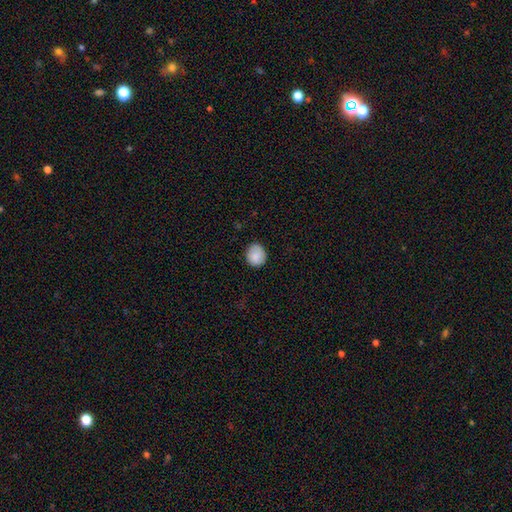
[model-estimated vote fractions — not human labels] Smooth or featured? Predicted: smooth (p=0.86). How rounded? Predicted: round (p=0.78). Merging? Predicted: none (p=0.83).